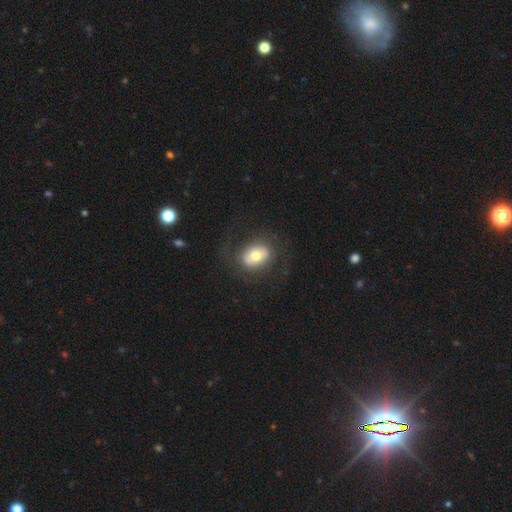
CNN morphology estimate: Smooth or featured? Predicted: smooth (p=0.59). How rounded? Predicted: in between (p=0.66). Merging? Predicted: none (p=0.74).